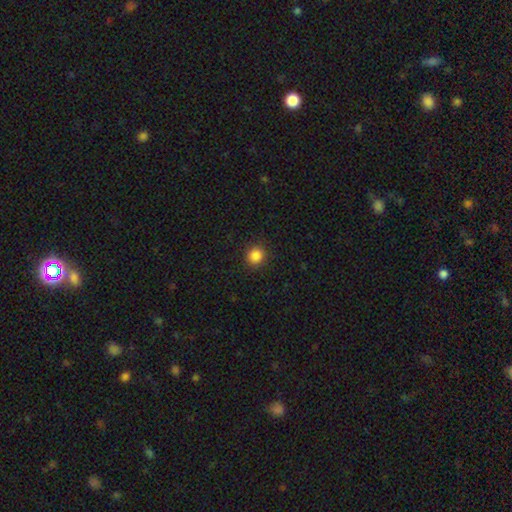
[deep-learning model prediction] A smooth galaxy with no disk features (86%) that is round (92%). Merging: none (90%).